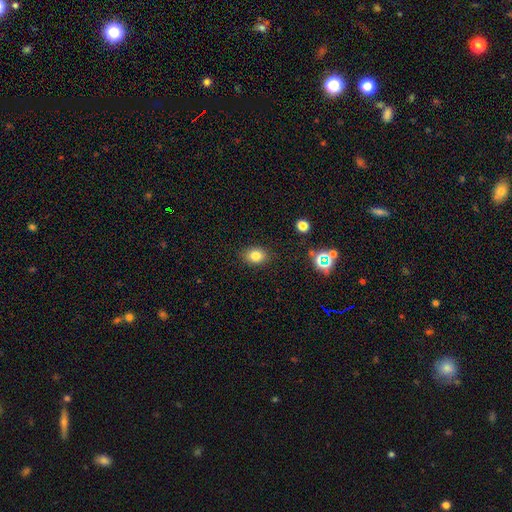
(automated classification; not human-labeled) Smooth or featured: smooth — 80% (star or artifact — 13%)
How rounded: in between — 57% (round — 42%)
Merging: none — 86% (minor disturbance — 10%)